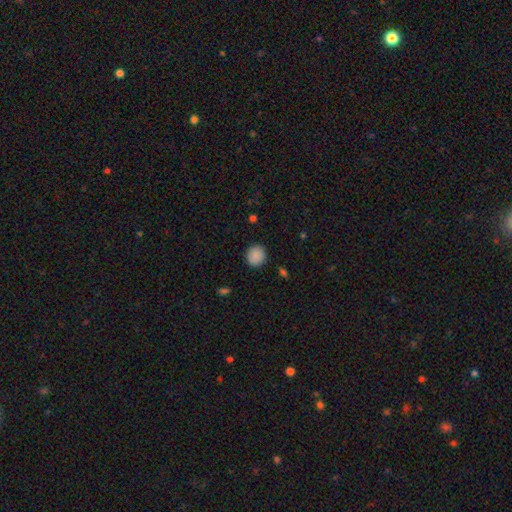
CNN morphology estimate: This appears to be a smooth galaxy with no disk features (89%) that is round (88%). Merging: none (90%).